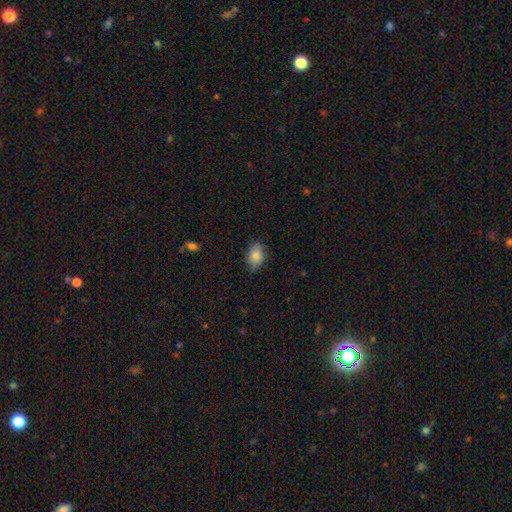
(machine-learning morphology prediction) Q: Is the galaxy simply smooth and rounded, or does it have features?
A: smooth — 84%.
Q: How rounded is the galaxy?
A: in between — 79%.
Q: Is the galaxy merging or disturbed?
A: none — 76%.